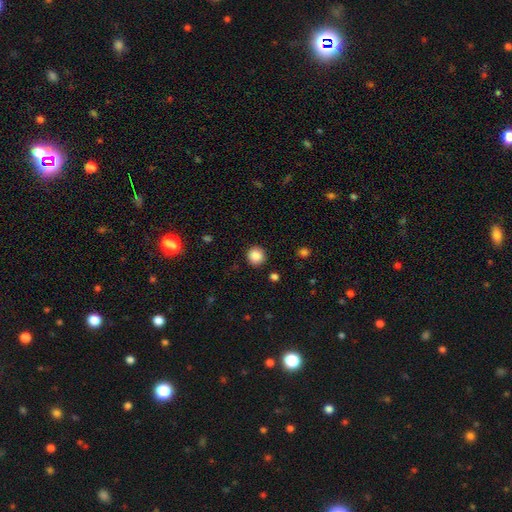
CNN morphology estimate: Q: Smooth or featured?
A: smooth (87%); runner-up: star or artifact (10%)
Q: How rounded?
A: round (93%); runner-up: in between (6%)
Q: Merging?
A: none (91%); runner-up: minor disturbance (6%)